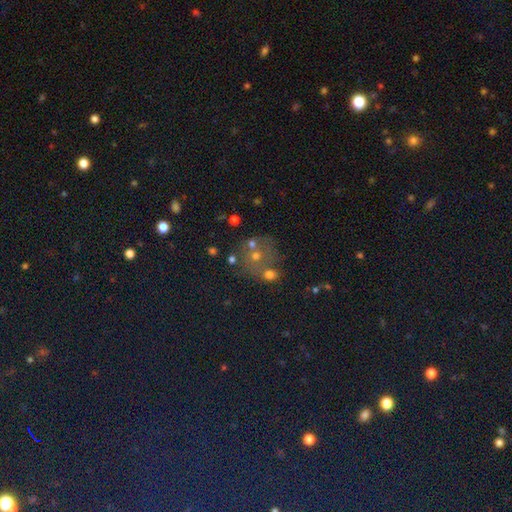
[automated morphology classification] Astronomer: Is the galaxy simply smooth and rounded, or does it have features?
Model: smooth — 46% (runner-up: star or artifact, 30%).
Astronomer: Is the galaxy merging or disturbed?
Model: none — 49% (runner-up: merger, 30%).